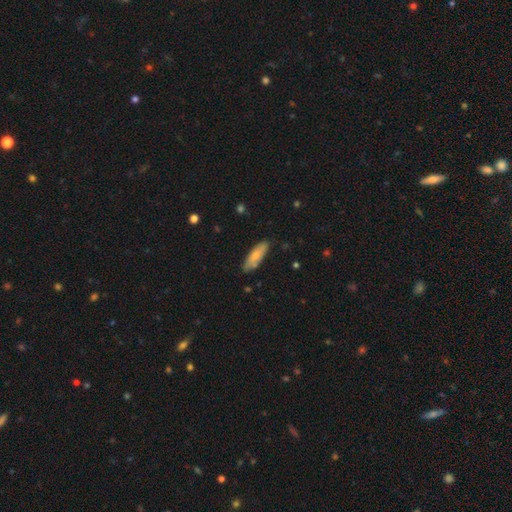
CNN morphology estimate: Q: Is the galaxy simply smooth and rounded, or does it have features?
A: smooth — 72%.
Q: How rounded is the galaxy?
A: in between — 54%.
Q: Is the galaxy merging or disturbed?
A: none — 81%.